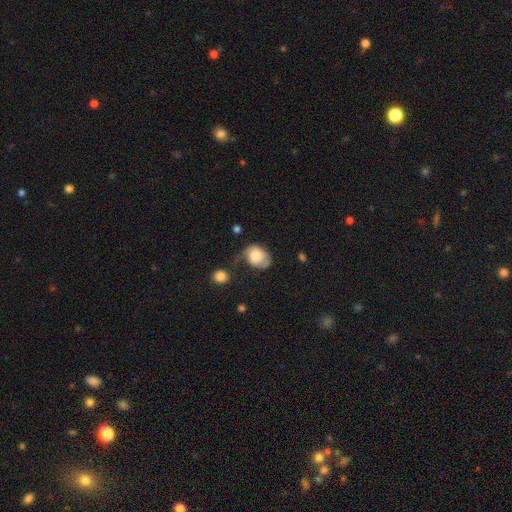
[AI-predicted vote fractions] This appears to be a smooth galaxy with no disk features (64%) that is in between round and cigar-shaped (57%). Merging: minor disturbance (34%).